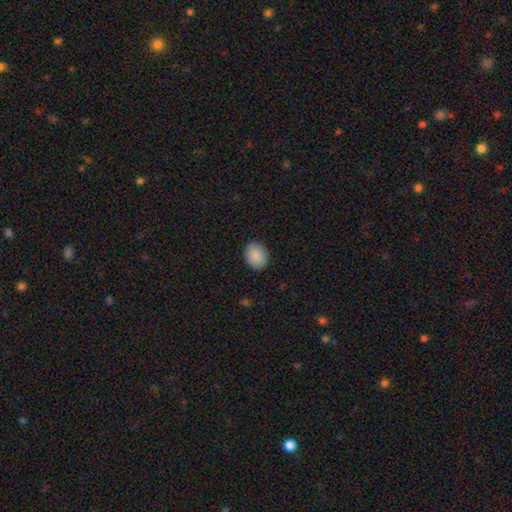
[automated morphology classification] Overall: smooth (89%). How rounded: in between (51%; round 48%). Merging: none (89%).